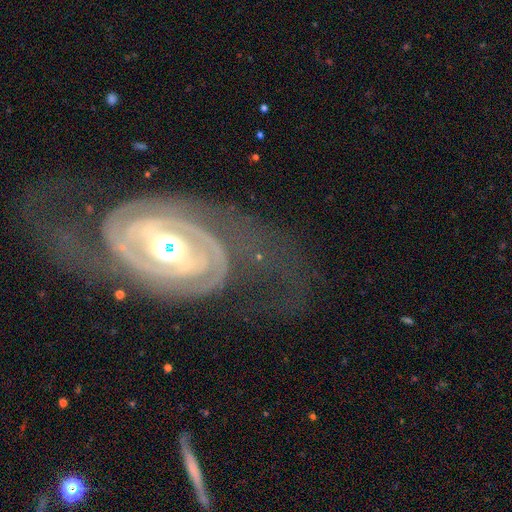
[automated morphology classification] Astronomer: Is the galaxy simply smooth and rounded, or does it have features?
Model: featured or disk — 90%.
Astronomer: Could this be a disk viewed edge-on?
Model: no — 96%.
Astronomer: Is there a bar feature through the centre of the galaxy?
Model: no — 49% (runner-up: weak, 28%).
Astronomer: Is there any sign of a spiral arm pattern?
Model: yes — 95%.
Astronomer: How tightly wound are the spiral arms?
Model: tight — 72%.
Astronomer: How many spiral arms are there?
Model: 2 — 60%.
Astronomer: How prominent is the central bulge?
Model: moderate — 68%.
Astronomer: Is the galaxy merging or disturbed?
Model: none — 61%.